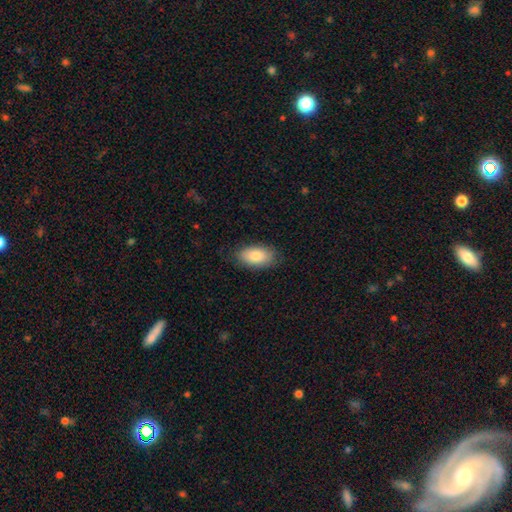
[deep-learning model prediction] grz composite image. It shows a smooth galaxy with no disk features (82%) that is in between round and cigar-shaped (93%). Merging: none (83%).